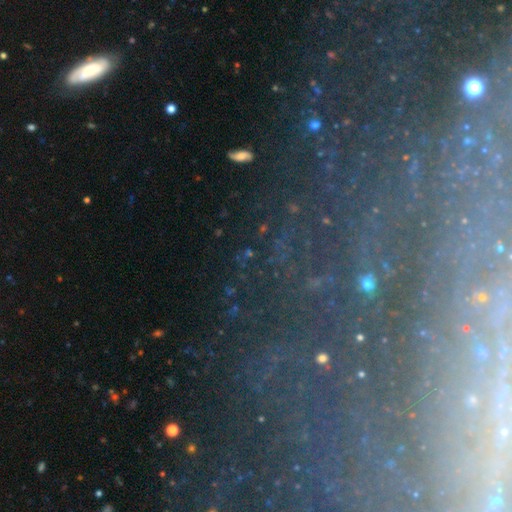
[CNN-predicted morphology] smooth_or_featured: featured or disk (p=0.50) [alt: star or artifact p=0.35]
disk_edge_on: no (p=0.79) [alt: yes p=0.21]
merging: none (p=0.75) [alt: minor disturbance p=0.13]